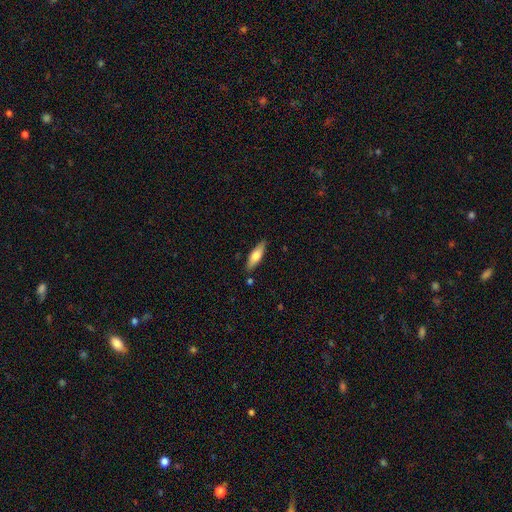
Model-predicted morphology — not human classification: A smooth galaxy with no disk features (65%) that is cigar-shaped (52%). Merging: none (83%).